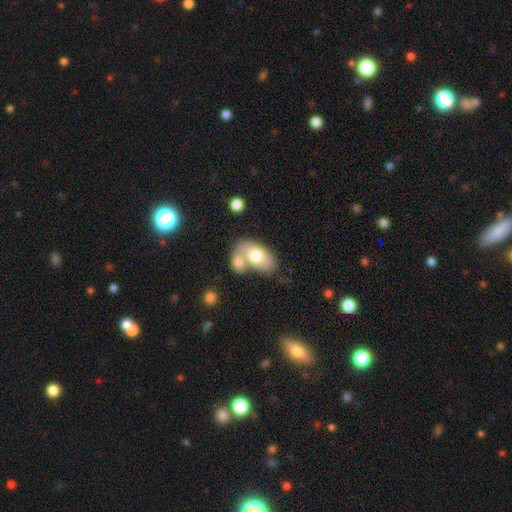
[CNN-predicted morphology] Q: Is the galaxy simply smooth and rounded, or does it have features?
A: smooth — 71%.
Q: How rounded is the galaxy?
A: in between — 90%.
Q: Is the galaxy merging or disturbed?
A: merger — 55%.